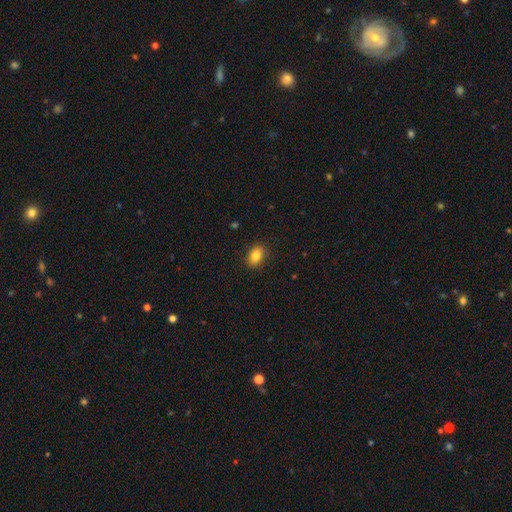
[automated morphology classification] Overall: smooth (84%). How rounded: in between (78%). Merging: none (89%).